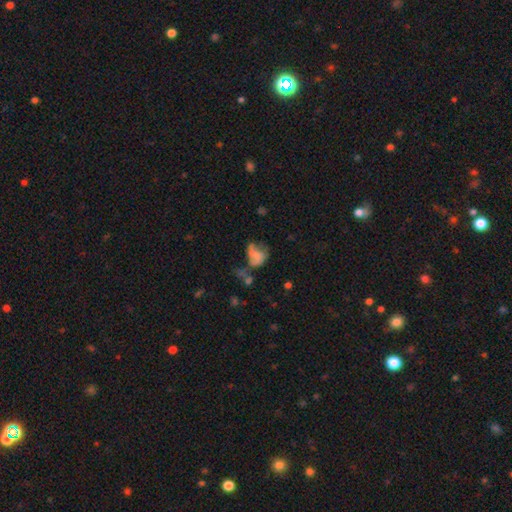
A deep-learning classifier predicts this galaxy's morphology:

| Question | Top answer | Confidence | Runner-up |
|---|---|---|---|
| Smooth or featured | smooth | 56% | featured or disk (31%) |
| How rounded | in between | 67% | round (31%) |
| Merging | major disturbance | 38% | none (22%) |